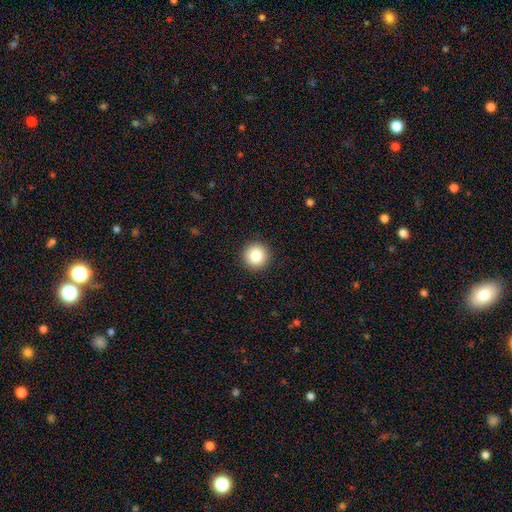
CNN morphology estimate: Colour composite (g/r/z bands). It shows a smooth galaxy with no disk features (85%) that is round (95%). Merging: none (92%).